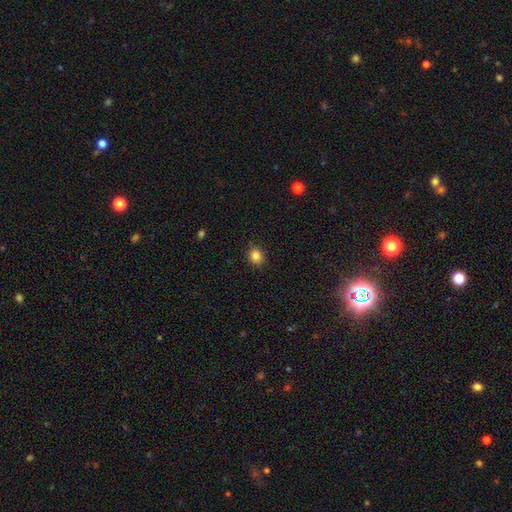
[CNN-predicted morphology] type=smooth (84%); roundness=round (76%); merging=none (87%).